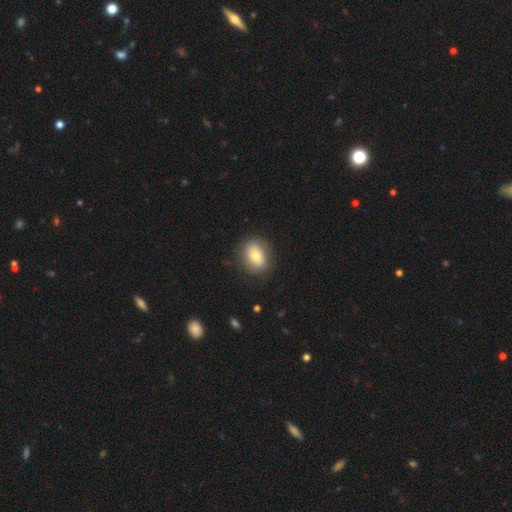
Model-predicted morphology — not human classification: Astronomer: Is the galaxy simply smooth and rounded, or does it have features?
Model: smooth — 71%.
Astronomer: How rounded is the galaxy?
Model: in between — 54% (runner-up: round, 44%).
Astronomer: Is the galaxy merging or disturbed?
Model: none — 83%.